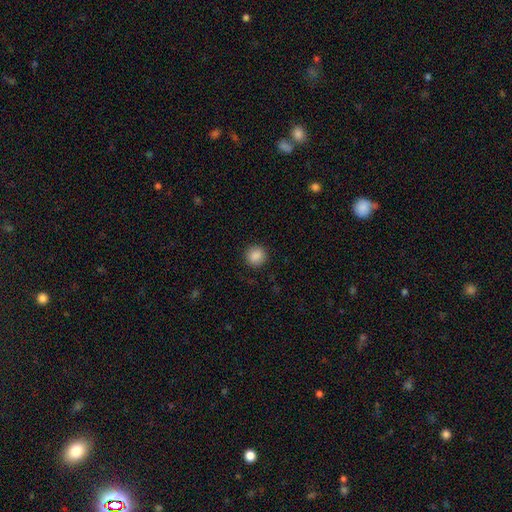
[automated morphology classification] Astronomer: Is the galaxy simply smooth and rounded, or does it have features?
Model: smooth — 88%.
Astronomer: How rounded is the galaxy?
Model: round — 91%.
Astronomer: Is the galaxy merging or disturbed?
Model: none — 91%.